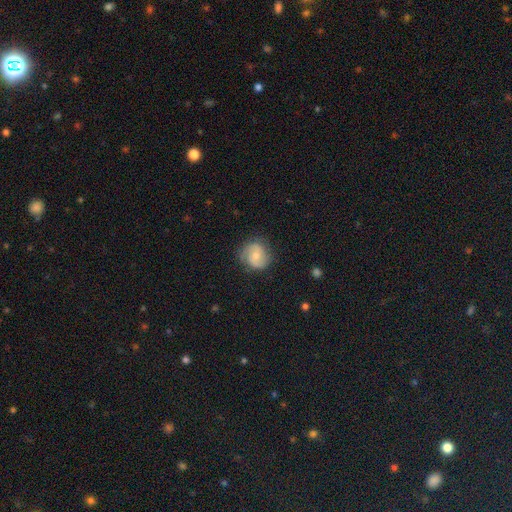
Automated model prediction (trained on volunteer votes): A featured or disk galaxy (65%) with no bar (57%), 2 (88%) medium (49%) spiral arms (93%) and a small central bulge (49%).

Vote fractions:
- Smooth or featured? featured or disk: 65% / smooth: 28% / star or artifact: 7%
- Edge-on disk? no: 98% / yes: 2%
- Bar? no: 57% / weak: 36% / strong: 6%
- Spiral arms? yes: 93% / no: 7%
- Spiral winding? medium: 49% / tight: 27% / loose: 24%
- Spiral arm count? 2: 88% / can't tell: 6% / 1: 2% / 3: 2% / 4: 1% / more than 4: 1%
- Bulge size? small: 49% / moderate: 44% / none: 4% / large: 2% / dominant: 1%
- Merging? none: 80% / minor disturbance: 15% / major disturbance: 4% / merger: 1%